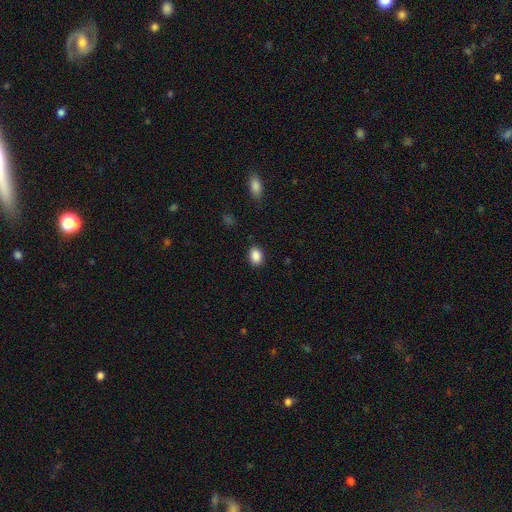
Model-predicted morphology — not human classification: This is clearly a smooth galaxy (88%). How rounded: likely in between (72%). Merging: clearly none (88%).